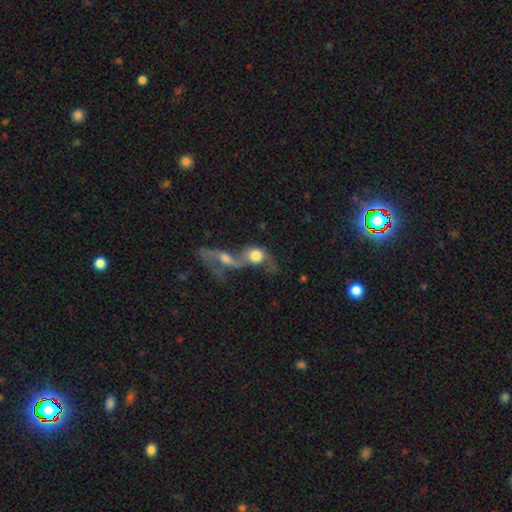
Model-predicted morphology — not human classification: The model was most divided on "how rounded": in between: 51%, round: 43%, cigar-shaped: 6%. More confident: merging — merger (78%); smooth or featured — smooth (51%).